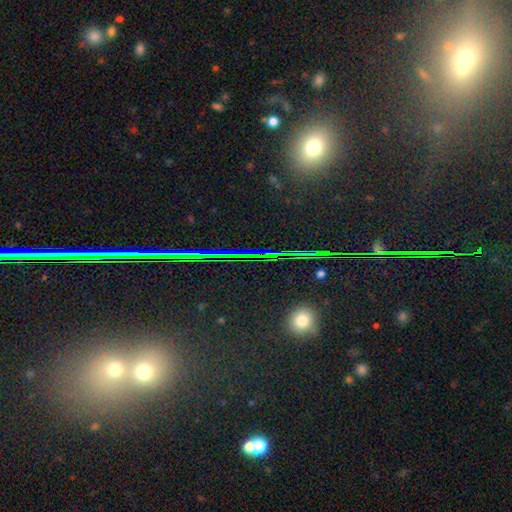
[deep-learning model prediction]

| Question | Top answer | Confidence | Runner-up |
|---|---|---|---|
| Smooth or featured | star or artifact | 54% | smooth (30%) |